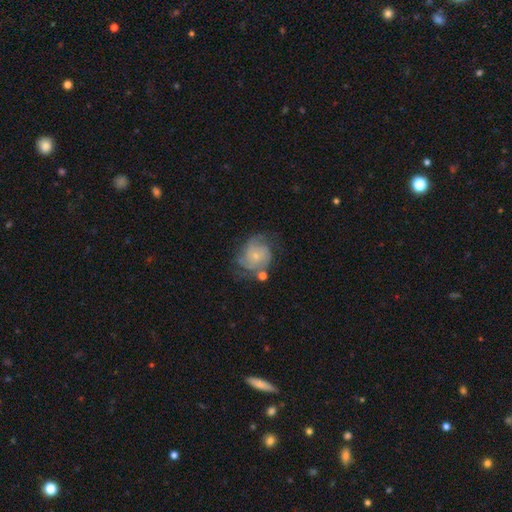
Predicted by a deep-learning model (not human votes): Morphology: type=featured or disk (73%); edge-on=no (98%); bar=no (80%); spiral arms=yes (91%); winding=tight (49%); arm count=3 (28%, tied with can't tell); bulge=small (77%); merging=none (57%).